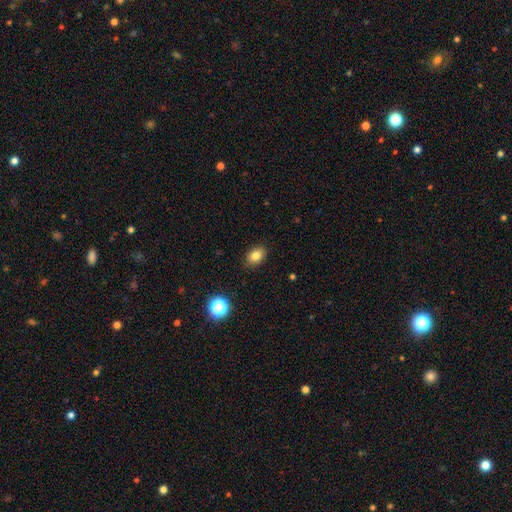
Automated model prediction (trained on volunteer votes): Smooth or featured?
  - smooth: 83% *
  - star or artifact: 11%
  - featured or disk: 6%
How rounded?
  - in between: 74% *
  - round: 25%
  - cigar-shaped: 1%
Merging?
  - none: 88% *
  - minor disturbance: 9%
  - major disturbance: 2%
  - merger: 1%